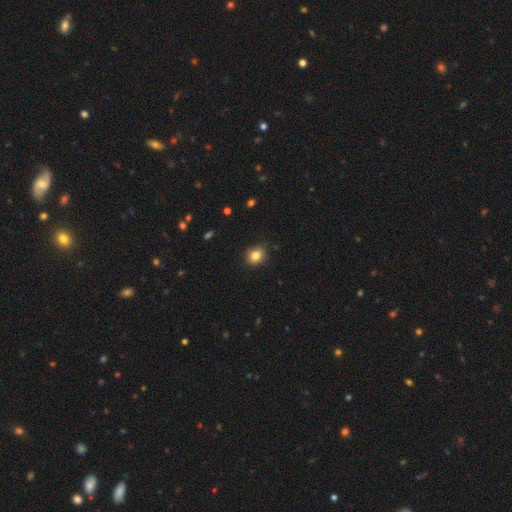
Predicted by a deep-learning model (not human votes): Overall: smooth (83%). How rounded: round (68%; in between 31%). Merging: none (84%).